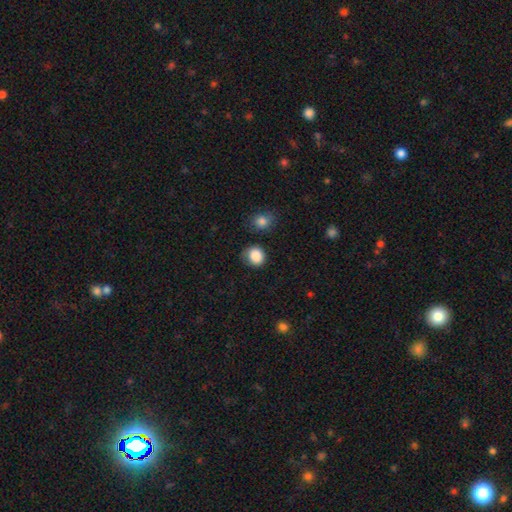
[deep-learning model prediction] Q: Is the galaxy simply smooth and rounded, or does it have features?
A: smooth — 87%.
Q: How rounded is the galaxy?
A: round — 77%.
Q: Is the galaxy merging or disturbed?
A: none — 68%.